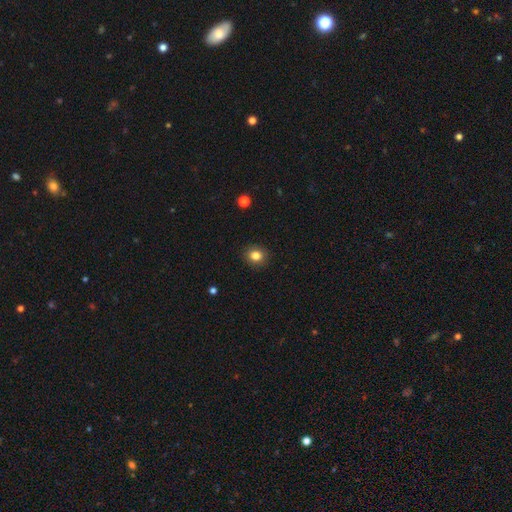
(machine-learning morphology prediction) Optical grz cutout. It shows a smooth galaxy with no disk features (83%) that is round (76%). Merging: none (90%).